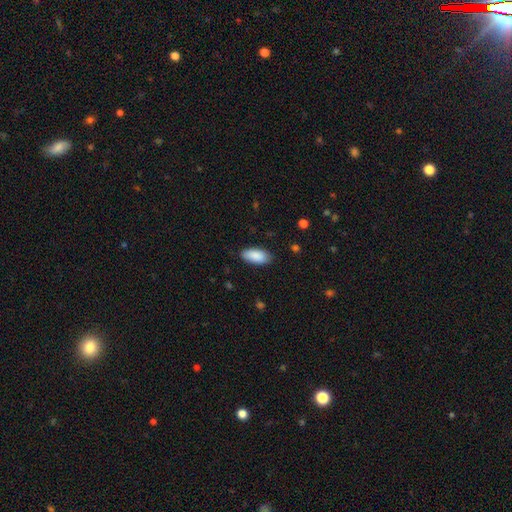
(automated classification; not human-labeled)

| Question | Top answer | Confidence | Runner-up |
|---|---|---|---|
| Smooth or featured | smooth | 90% | star or artifact (6%) |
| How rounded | in between | 92% | cigar-shaped (6%) |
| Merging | none | 84% | minor disturbance (12%) |